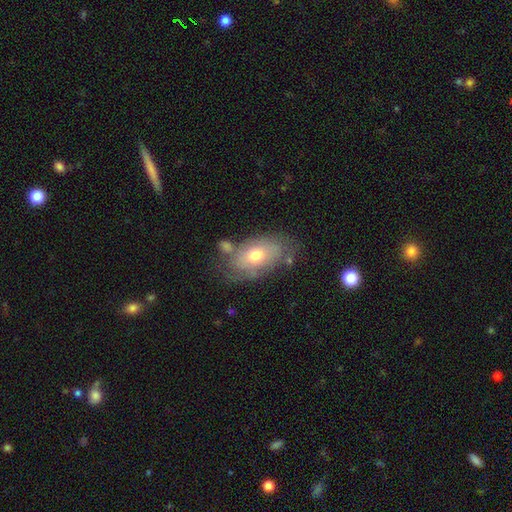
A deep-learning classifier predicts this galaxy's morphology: This is possibly a smooth galaxy (58%). How rounded: clearly in between (89%). Merging: possibly none (57%).